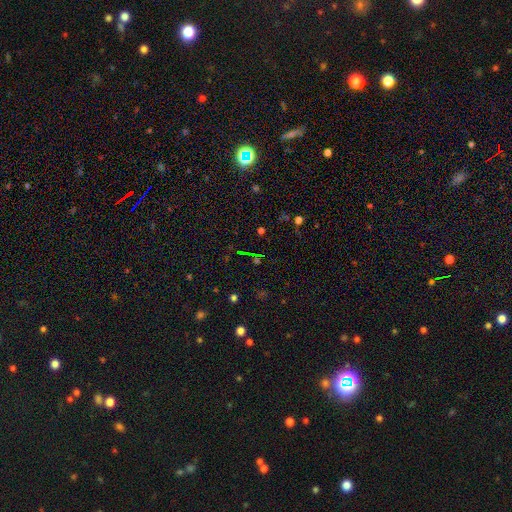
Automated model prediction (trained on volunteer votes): This is likely a star or artifact rather than a galaxy (69%).